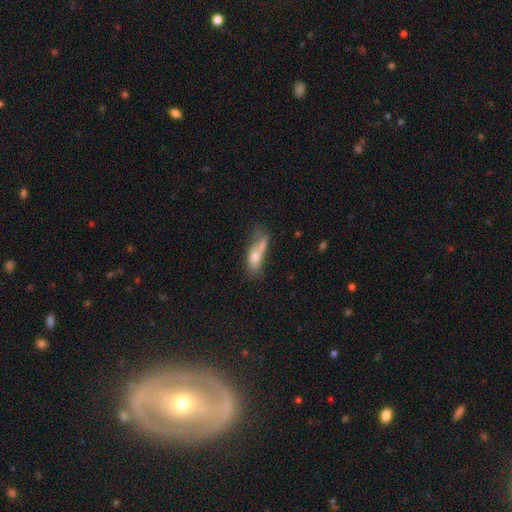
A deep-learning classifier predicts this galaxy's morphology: Q: Smooth or featured?
A: smooth (67%); runner-up: featured or disk (24%)
Q: How rounded?
A: in between (56%); runner-up: cigar-shaped (40%)
Q: Merging?
A: merger (31%); runner-up: none (26%)